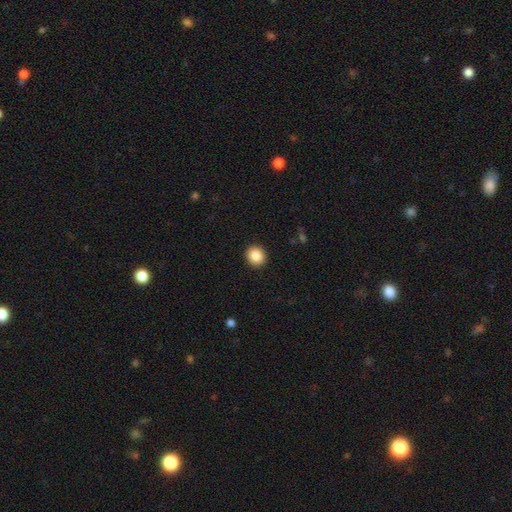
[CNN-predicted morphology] smooth-or-featured: smooth: 87% | star or artifact: 9% | featured or disk: 4%
  how-rounded: round: 86% | in between: 13% | cigar-shaped: 1%
  merging: none: 92% | minor disturbance: 5% | major disturbance: 2% | merger: 1%